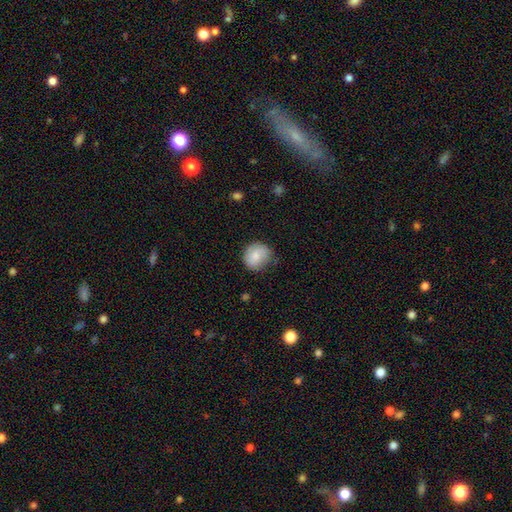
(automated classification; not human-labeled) The model was most divided on "merging": none: 68%, minor disturbance: 25%, major disturbance: 5%, merger: 1%. More confident: smooth or featured — smooth (78%); how rounded — round (77%).